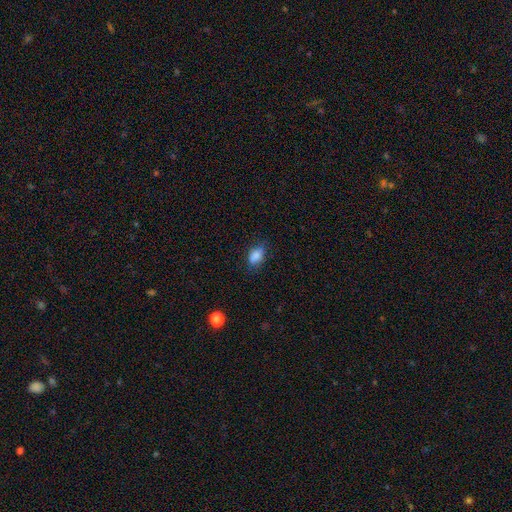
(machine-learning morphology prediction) Smooth or featured: smooth — 85% (star or artifact — 9%)
How rounded: in between — 82% (round — 16%)
Merging: none — 72% (minor disturbance — 22%)